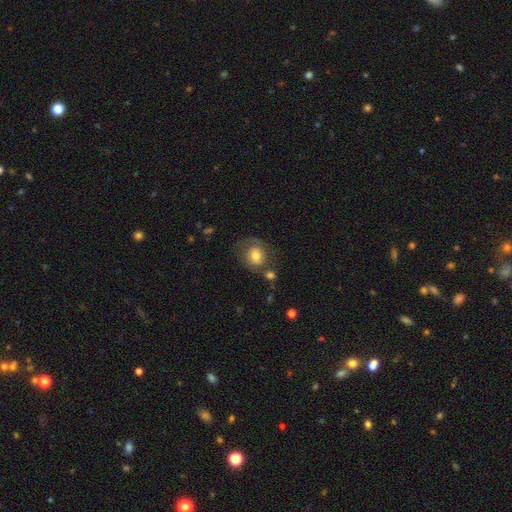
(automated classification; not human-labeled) The model was most divided on "smooth or featured": smooth: 47%, featured or disk: 44%, star or artifact: 9%. More confident: merging — none (55%).